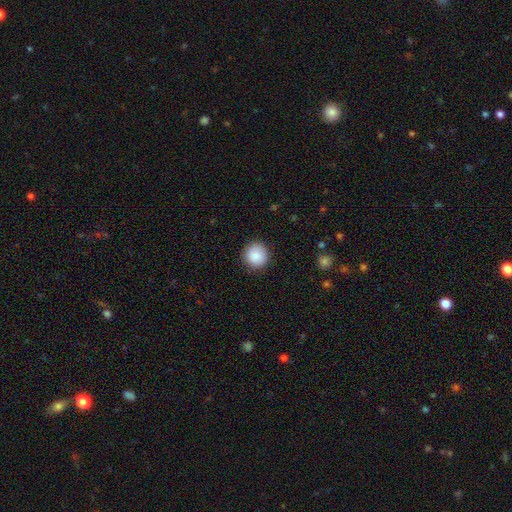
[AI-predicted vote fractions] smooth-or-featured: smooth: 88% | star or artifact: 8% | featured or disk: 4%
  how-rounded: round: 93% | in between: 6% | cigar-shaped: 1%
  merging: none: 88% | minor disturbance: 9% | major disturbance: 2% | merger: 1%